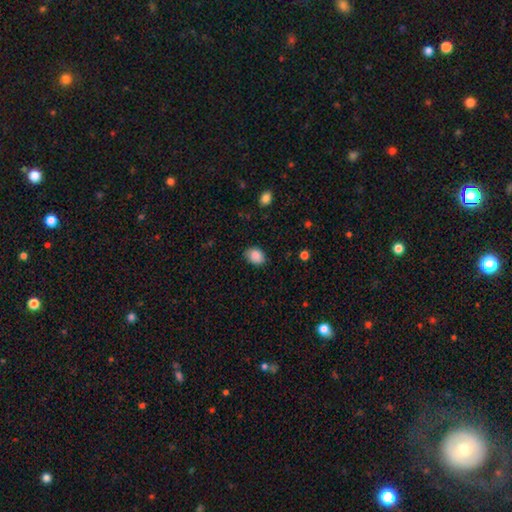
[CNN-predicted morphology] A smooth galaxy with no disk features (88%) that is in between round and cigar-shaped (66%).

Vote fractions:
- Smooth or featured? smooth: 88% / star or artifact: 8% / featured or disk: 4%
- How rounded? in between: 66% / round: 33% / cigar-shaped: 1%
- Merging? none: 79% / minor disturbance: 17% / major disturbance: 3% / merger: 1%